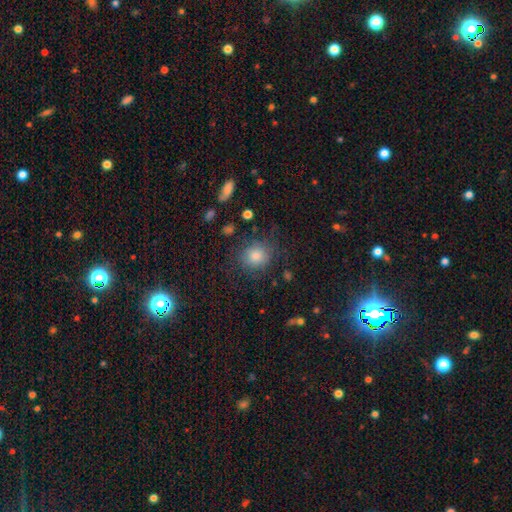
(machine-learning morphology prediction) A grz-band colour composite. It shows a smooth galaxy with no disk features (74%) that is round (81%). Merging: none (80%).